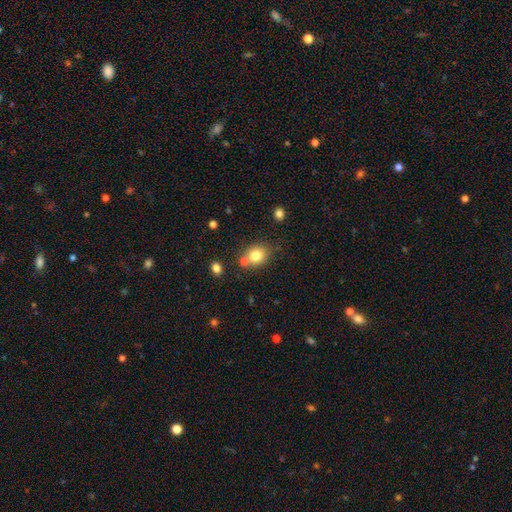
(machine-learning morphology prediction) Overall: smooth (79%). How rounded: round (68%; in between 31%). Merging: none (64%).